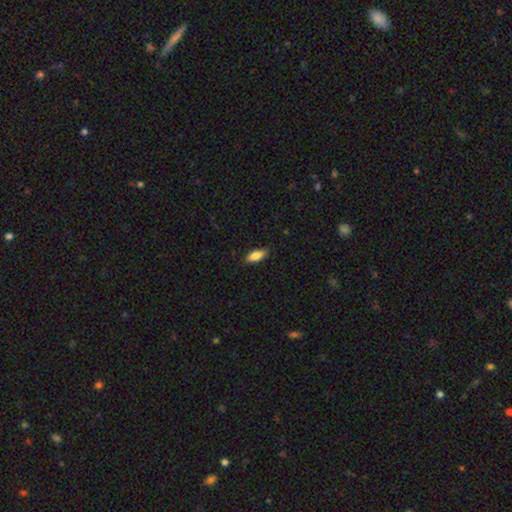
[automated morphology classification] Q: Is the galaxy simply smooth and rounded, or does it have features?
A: smooth — 83%.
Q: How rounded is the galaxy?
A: in between — 81%.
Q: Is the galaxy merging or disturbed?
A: none — 84%.